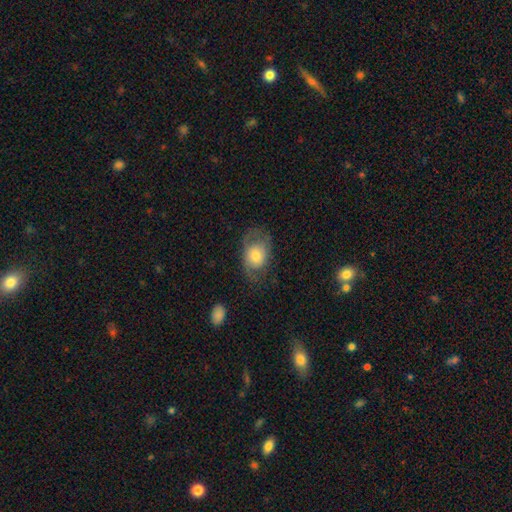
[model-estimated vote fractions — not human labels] Smooth or featured? smooth (60%)
How rounded? in between (68%)
Merging? none (54%)